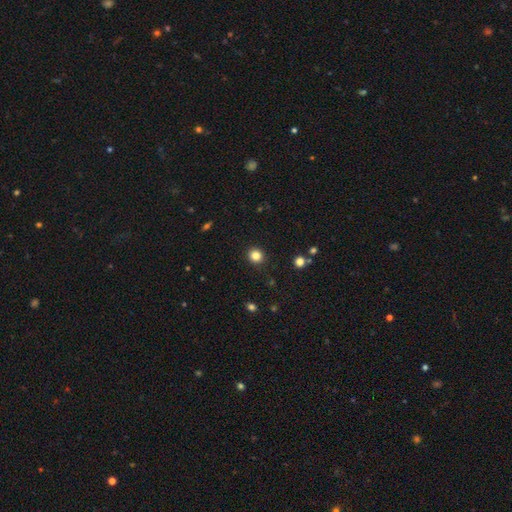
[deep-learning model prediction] smooth 83%, star or artifact 13%, featured or disk 5%. Down the decision tree: how rounded — round (89%); merging — none (91%).